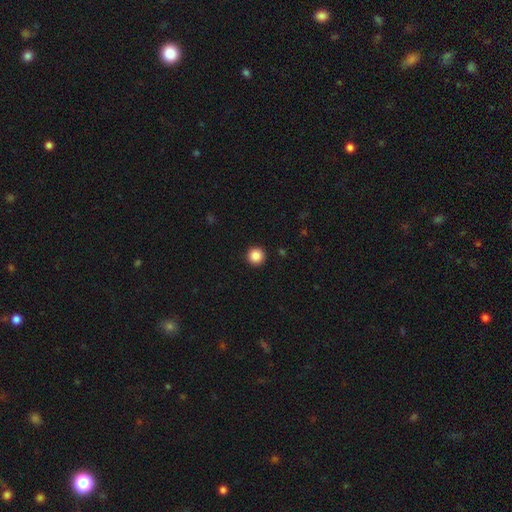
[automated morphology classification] Smooth or featured?
  - smooth: 87% *
  - star or artifact: 10%
  - featured or disk: 4%
How rounded?
  - round: 96% *
  - in between: 3%
  - cigar-shaped: 1%
Merging?
  - none: 93% *
  - minor disturbance: 4%
  - major disturbance: 2%
  - merger: 1%